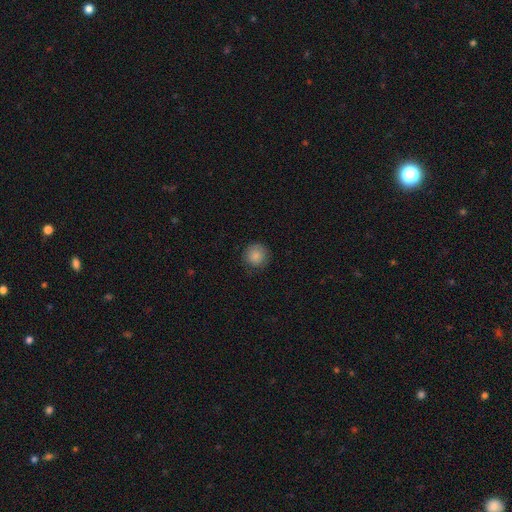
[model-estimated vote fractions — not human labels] This appears to be a smooth galaxy with no disk features (86%) that is round (94%). Merging: none (86%).